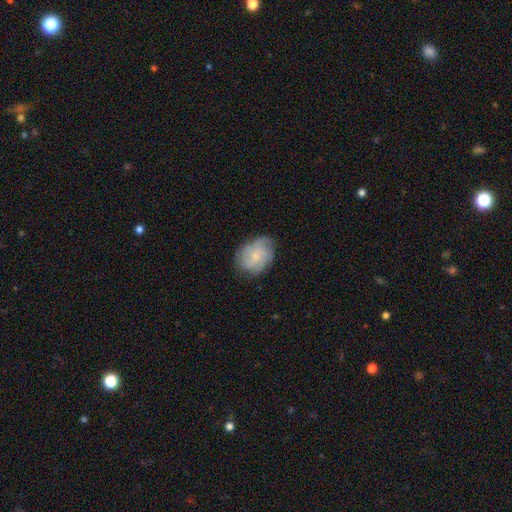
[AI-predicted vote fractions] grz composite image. It shows a featured or disk galaxy (52%) with no bar (74%), spiral arms (85%) and a small central bulge (62%). Merging: none (72%).